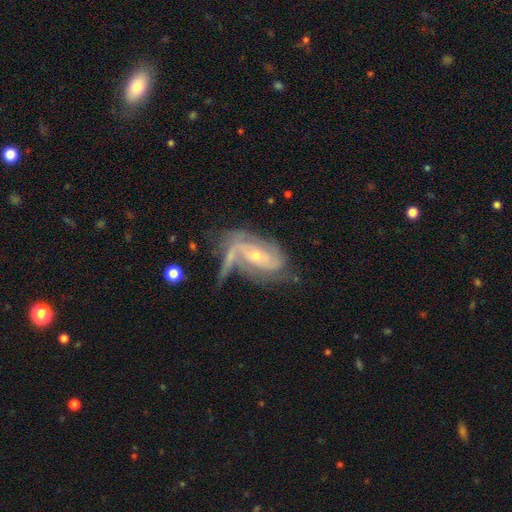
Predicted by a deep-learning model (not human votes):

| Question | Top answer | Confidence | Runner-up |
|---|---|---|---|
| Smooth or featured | featured or disk | 85% | smooth (9%) |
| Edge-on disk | no | 95% | yes (5%) |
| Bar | no | 50% | weak (34%) |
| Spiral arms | yes | 94% | no (6%) |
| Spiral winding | medium | 40% | tight (39%) |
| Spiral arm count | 2 | 43% | can't tell (21%) |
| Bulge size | small | 60% | moderate (37%) |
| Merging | none | 39% | major disturbance (26%) |